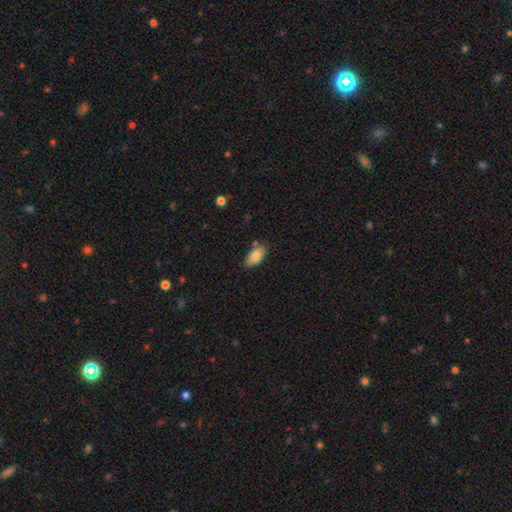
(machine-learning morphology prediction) Q: Smooth or featured?
A: smooth (84%); runner-up: featured or disk (9%)
Q: How rounded?
A: in between (92%); runner-up: cigar-shaped (5%)
Q: Merging?
A: none (72%); runner-up: minor disturbance (19%)